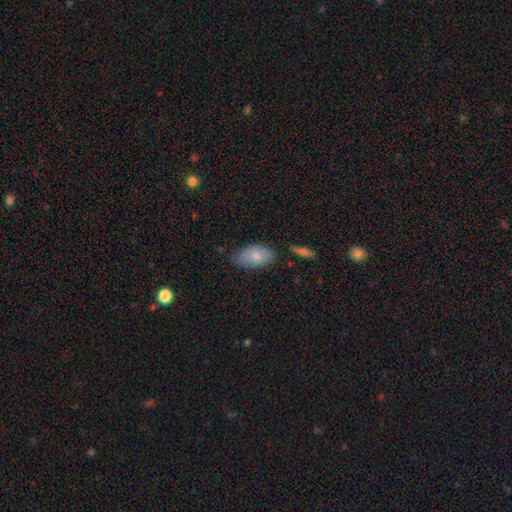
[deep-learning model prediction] Smooth or featured? Predicted: smooth (p=0.78). How rounded? Predicted: in between (p=0.93). Merging? Predicted: none (p=0.72).